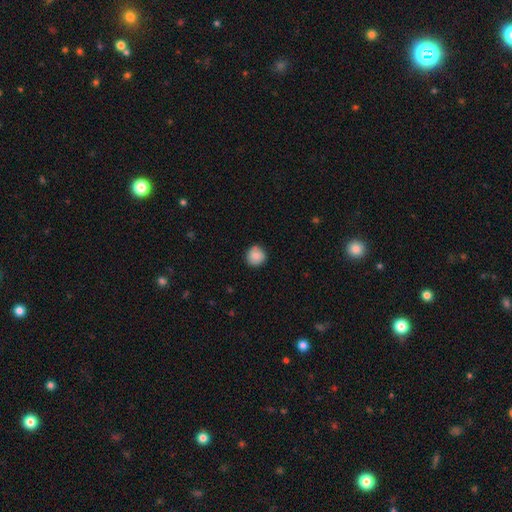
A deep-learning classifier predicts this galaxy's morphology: Smooth or featured? smooth (87%)
How rounded? round (91%)
Merging? none (84%)